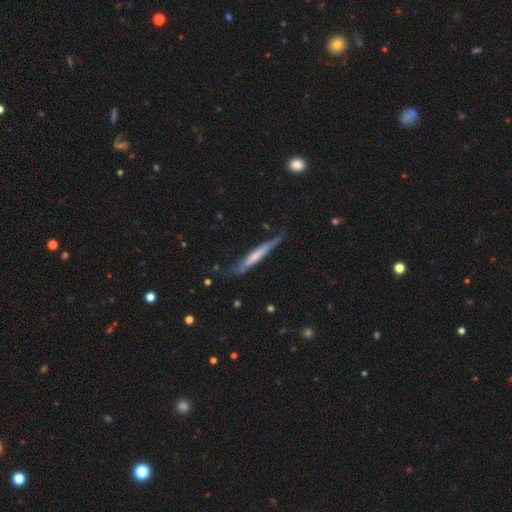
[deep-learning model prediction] Smooth or featured: featured or disk — 51% (smooth — 44%)
Edge-on disk: yes — 85% (no — 15%)
Merging: none — 61% (minor disturbance — 27%)